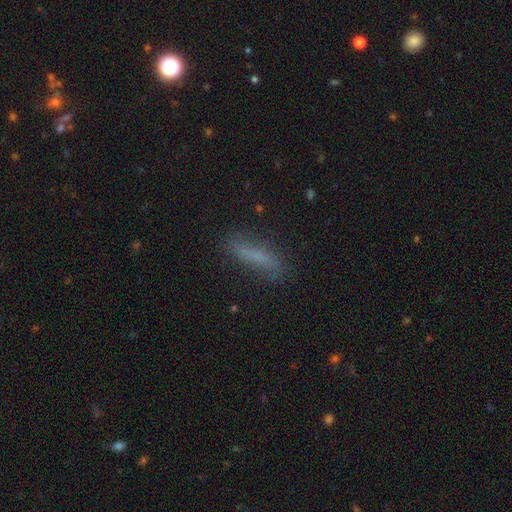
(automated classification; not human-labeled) Morphology: type=smooth (65%); roundness=cigar-shaped (82%); merging=none (78%).